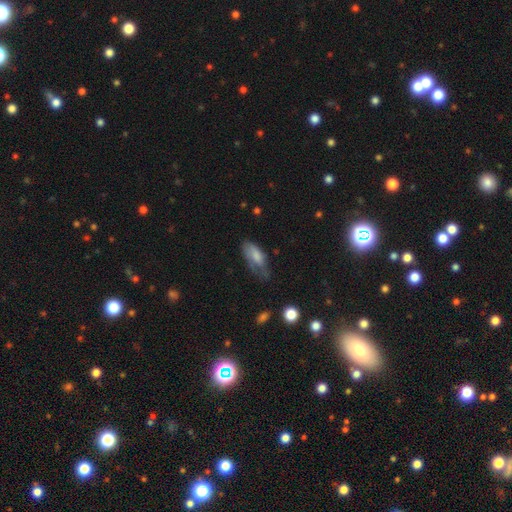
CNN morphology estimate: smooth-or-featured: smooth: 69% | featured or disk: 24% | star or artifact: 7%
  how-rounded: in between: 83% | cigar-shaped: 15% | round: 3%
  merging: minor disturbance: 38% | none: 36% | major disturbance: 24% | merger: 2%